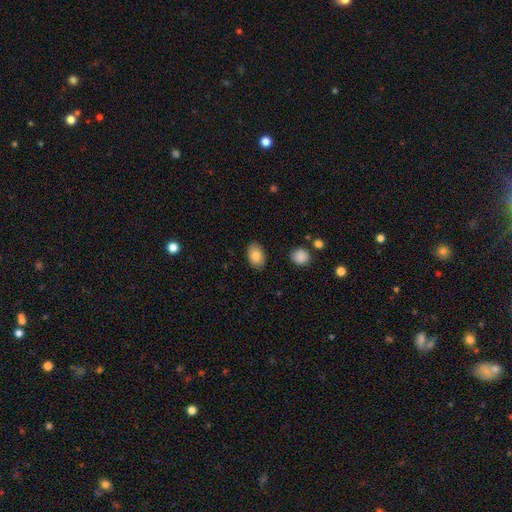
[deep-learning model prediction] Smooth or featured? smooth (85%)
How rounded? in between (87%)
Merging? none (87%)